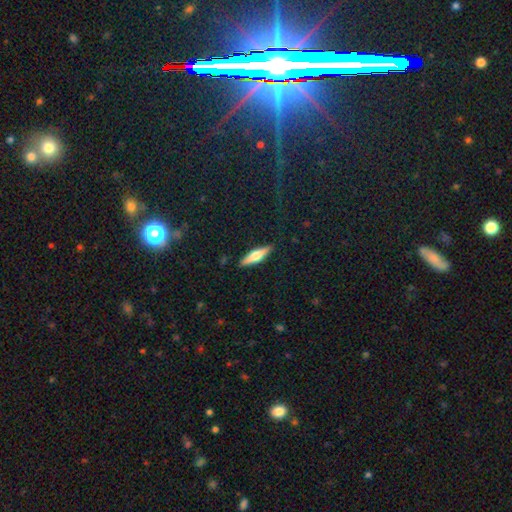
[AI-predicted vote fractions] Overall: smooth (49%; featured or disk 45%). Merging: none (89%).